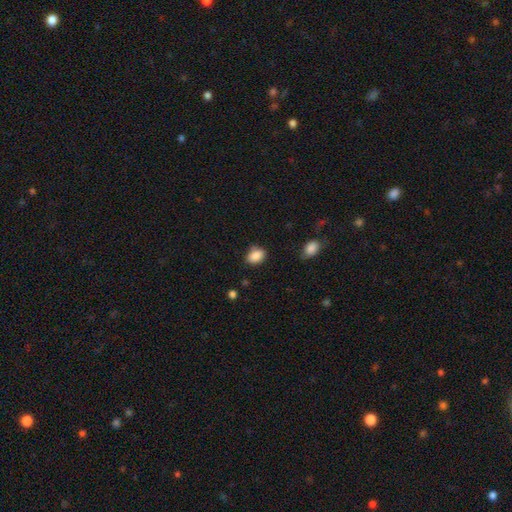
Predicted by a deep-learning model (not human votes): Q: Smooth or featured?
A: smooth (87%); runner-up: star or artifact (9%)
Q: How rounded?
A: in between (73%); runner-up: round (26%)
Q: Merging?
A: none (74%); runner-up: minor disturbance (20%)